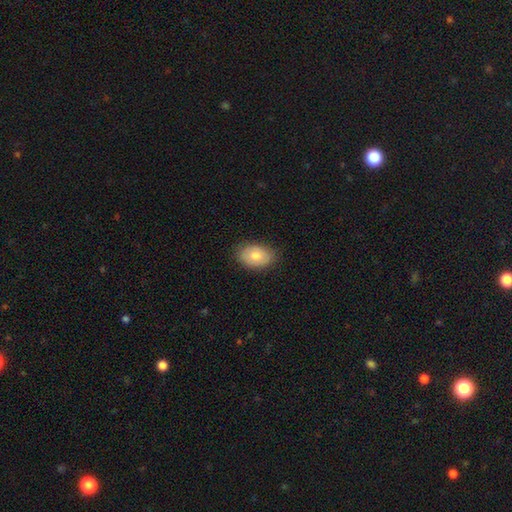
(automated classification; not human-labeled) Morphology: type=smooth (76%); roundness=in between (84%); merging=none (83%).